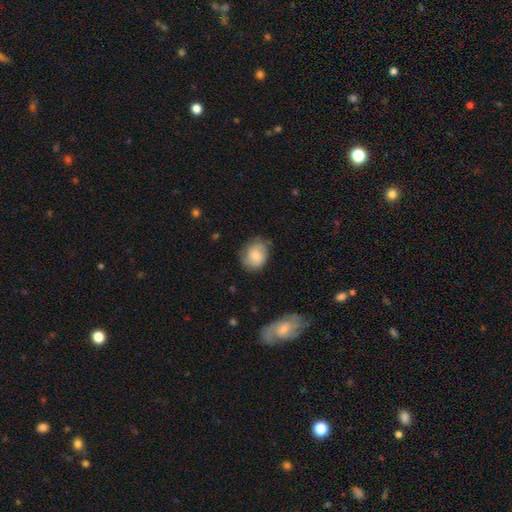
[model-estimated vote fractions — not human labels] Overall: smooth (72%). How rounded: round (58%; in between 41%). Merging: none (66%).